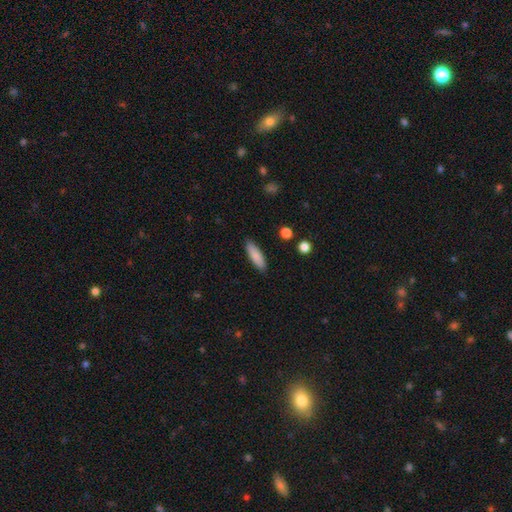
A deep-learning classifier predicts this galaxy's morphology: A smooth galaxy with no disk features (87%) that is cigar-shaped (56%). Merging: none (89%).